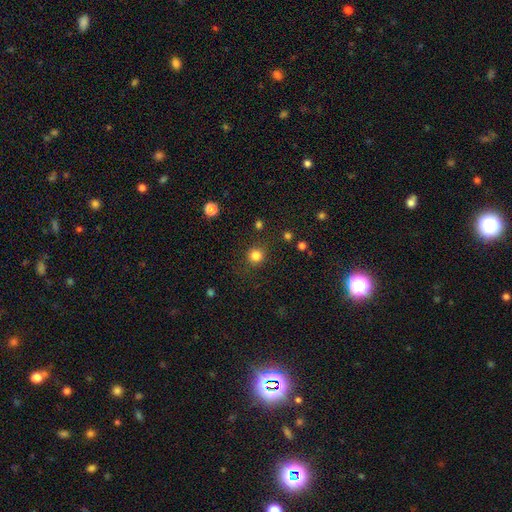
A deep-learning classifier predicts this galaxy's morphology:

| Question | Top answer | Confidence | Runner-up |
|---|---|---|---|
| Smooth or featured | smooth | 82% | star or artifact (13%) |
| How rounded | round | 91% | in between (8%) |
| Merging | none | 86% | minor disturbance (9%) |